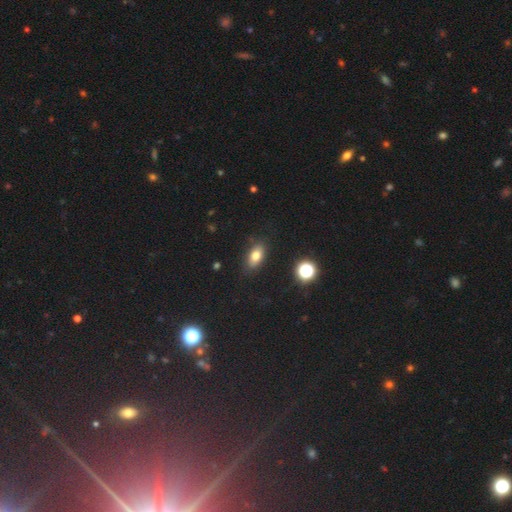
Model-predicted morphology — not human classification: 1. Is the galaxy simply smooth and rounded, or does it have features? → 77% smooth, 12% featured or disk, 12% star or artifact.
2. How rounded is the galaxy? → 86% in between, 10% round, 5% cigar-shaped.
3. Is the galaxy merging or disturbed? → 84% none, 11% minor disturbance, 3% major disturbance, 2% merger.